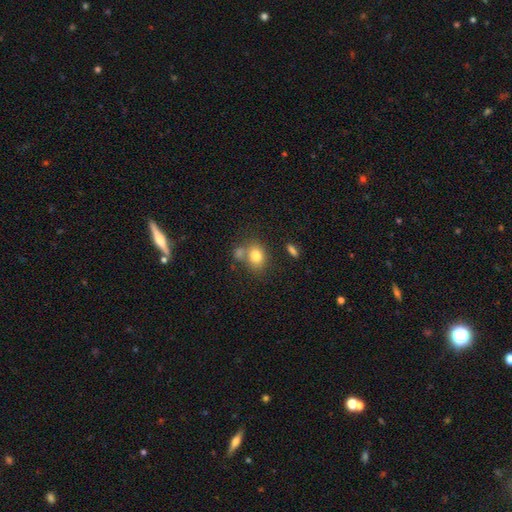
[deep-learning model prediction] This is likely a smooth galaxy (79%). How rounded: possibly in between (57%). Merging: possibly none (52%).